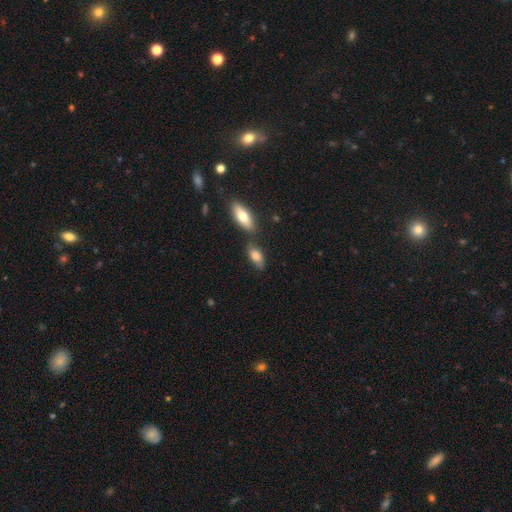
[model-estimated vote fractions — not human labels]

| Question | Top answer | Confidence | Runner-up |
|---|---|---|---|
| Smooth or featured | smooth | 75% | featured or disk (17%) |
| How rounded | in between | 85% | cigar-shaped (11%) |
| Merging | none | 59% | merger (19%) |